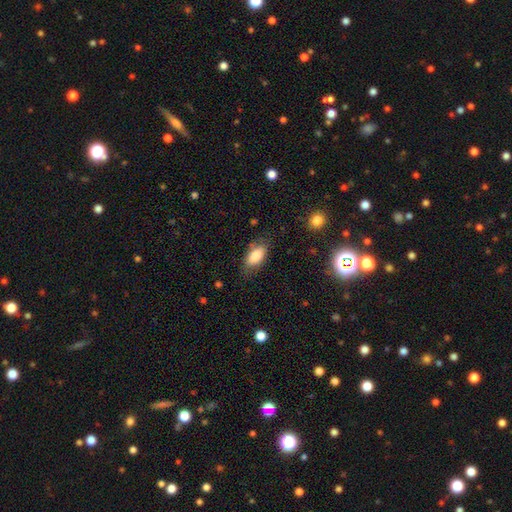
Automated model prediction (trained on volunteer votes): Smooth or featured: smooth — 82% (featured or disk — 11%)
How rounded: in between — 89% (cigar-shaped — 7%)
Merging: none — 74% (minor disturbance — 19%)